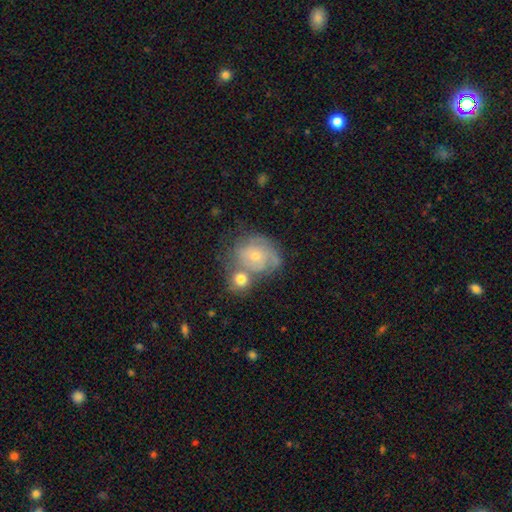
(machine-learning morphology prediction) Smooth or featured: featured or disk — 57% (smooth — 35%)
Edge-on disk: no — 97% (yes — 3%)
Bar: no — 79% (weak — 18%)
Spiral arms: yes — 78% (no — 22%)
Bulge size: small — 59% (moderate — 36%)
Merging: none — 38% (merger — 34%)